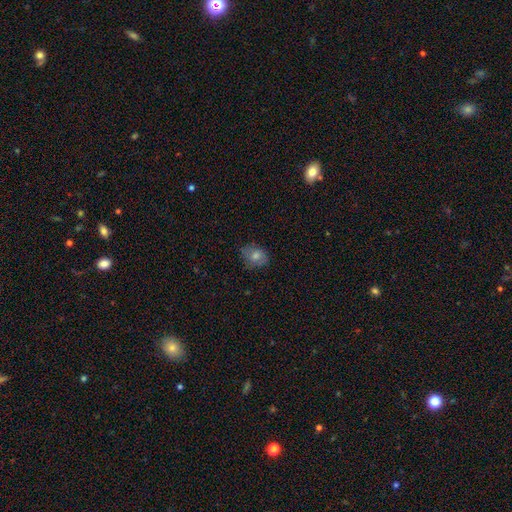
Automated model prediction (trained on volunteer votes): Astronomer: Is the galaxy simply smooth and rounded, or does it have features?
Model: smooth — 66%.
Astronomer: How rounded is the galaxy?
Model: round — 53% (runner-up: in between, 46%).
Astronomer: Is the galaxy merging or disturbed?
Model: none — 77%.